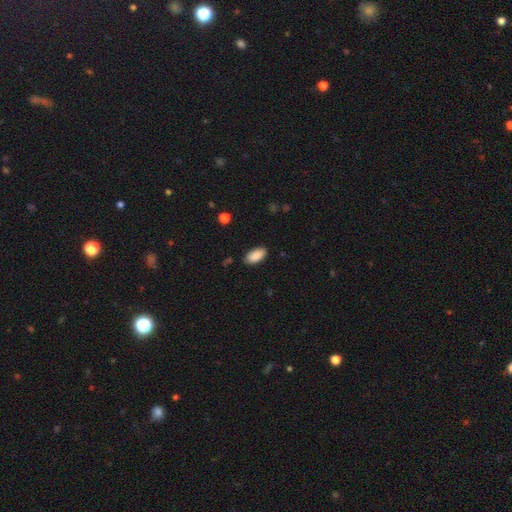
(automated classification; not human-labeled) Q: Smooth or featured?
A: smooth (90%); runner-up: star or artifact (7%)
Q: How rounded?
A: in between (93%); runner-up: cigar-shaped (5%)
Q: Merging?
A: none (87%); runner-up: minor disturbance (9%)